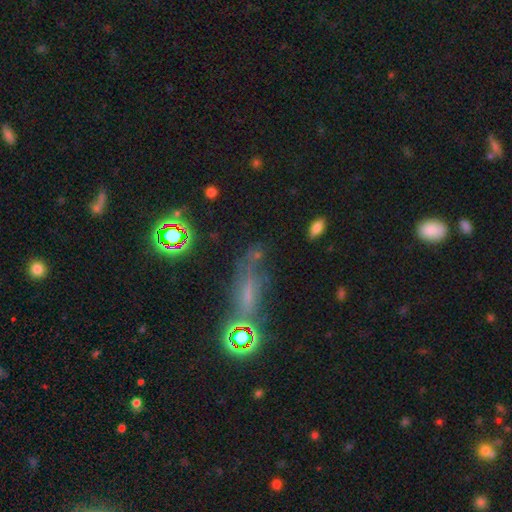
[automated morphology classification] Smooth or featured?
  - smooth: 40% *
  - star or artifact: 34%
  - featured or disk: 26%
Merging?
  - none: 56% *
  - minor disturbance: 21%
  - major disturbance: 15%
  - merger: 8%